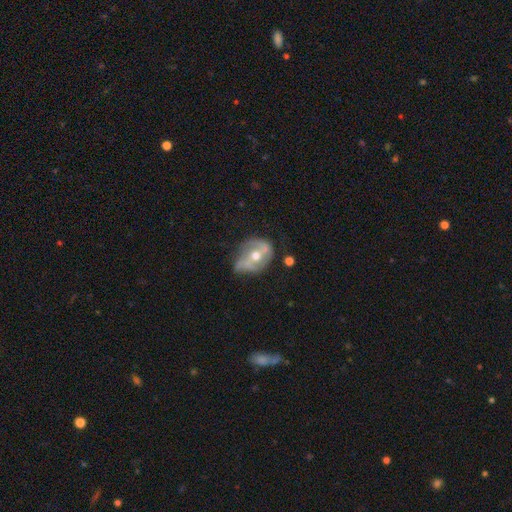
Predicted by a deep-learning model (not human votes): This is likely a featured or disk galaxy (71%). It is clearly not viewed edge-on (96%). Bar: possibly no (52%). Spiral arm pattern: likely yes (72%). Central bulge: likely moderate (73%). Merging: marginally none (43%).